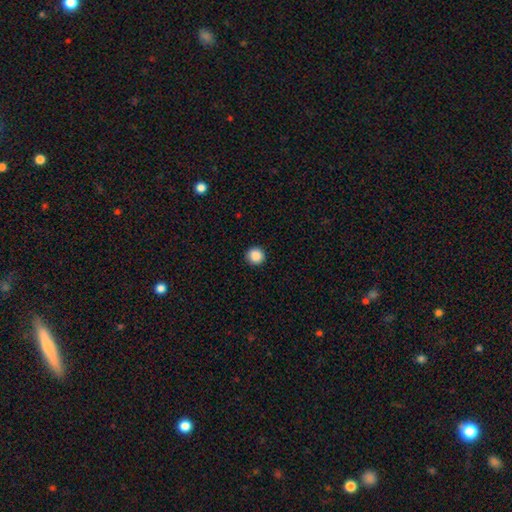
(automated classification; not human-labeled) Smooth or featured?
  - smooth: 88% *
  - star or artifact: 9%
  - featured or disk: 3%
How rounded?
  - round: 94% *
  - in between: 5%
  - cigar-shaped: 1%
Merging?
  - none: 92% *
  - minor disturbance: 5%
  - major disturbance: 2%
  - merger: 1%